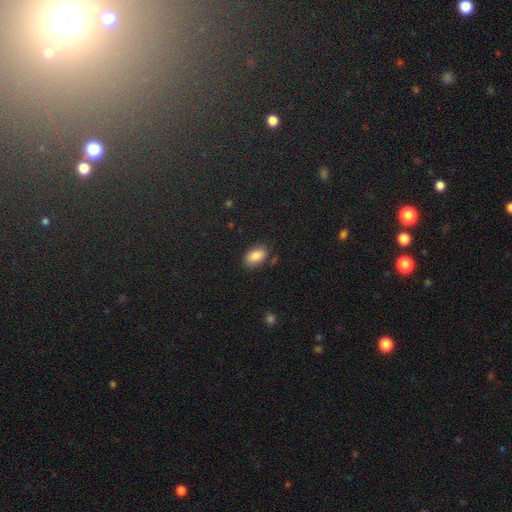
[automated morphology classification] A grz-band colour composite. It shows a smooth galaxy with no disk features (86%) that is in between round and cigar-shaped (92%). Merging: none (79%).